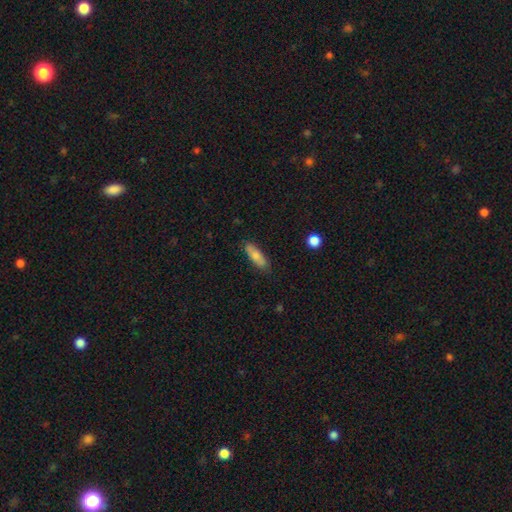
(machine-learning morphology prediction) This appears to be a smooth galaxy with no disk features (76%) that is in between round and cigar-shaped (52%). Merging: none (82%).